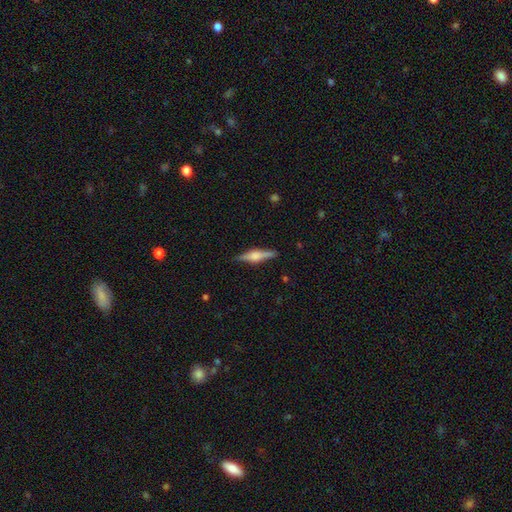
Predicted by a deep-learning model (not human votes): featured or disk 69%, smooth 25%, star or artifact 6%. Down the decision tree: edge-on disk — yes (97%); edge-on bulge — rounded (81%); merging — none (88%).